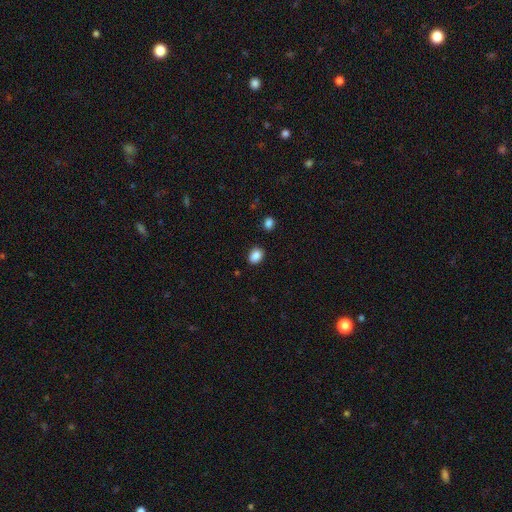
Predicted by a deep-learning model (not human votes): Q: Smooth or featured?
A: smooth (88%); runner-up: star or artifact (9%)
Q: How rounded?
A: in between (69%); runner-up: round (30%)
Q: Merging?
A: none (87%); runner-up: minor disturbance (9%)